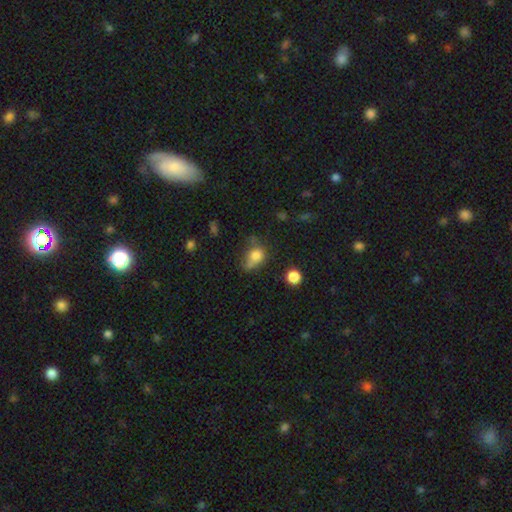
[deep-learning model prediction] Morphology: type=smooth (74%); roundness=round (50%); merging=none (37%).